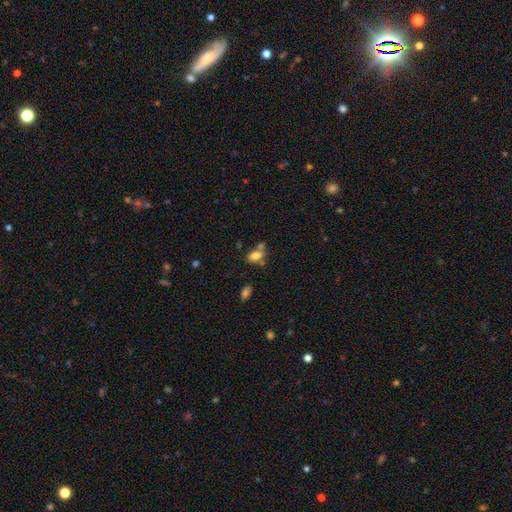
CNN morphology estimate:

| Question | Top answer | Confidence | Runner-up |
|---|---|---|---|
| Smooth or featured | smooth | 78% | star or artifact (11%) |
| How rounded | in between | 86% | round (10%) |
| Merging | none | 48% | merger (31%) |